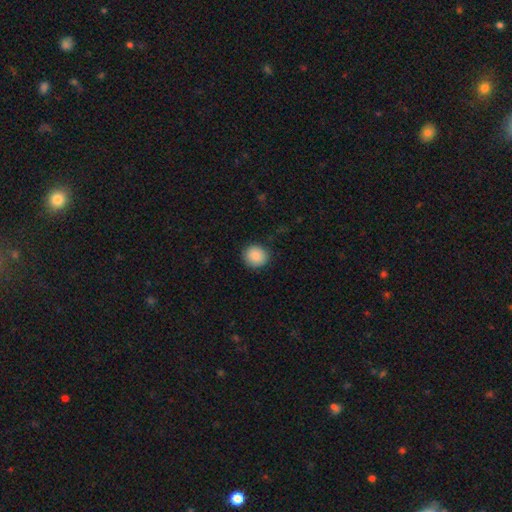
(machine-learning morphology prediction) Q: Smooth or featured?
A: smooth (89%); runner-up: star or artifact (8%)
Q: How rounded?
A: round (88%); runner-up: in between (11%)
Q: Merging?
A: none (89%); runner-up: minor disturbance (8%)